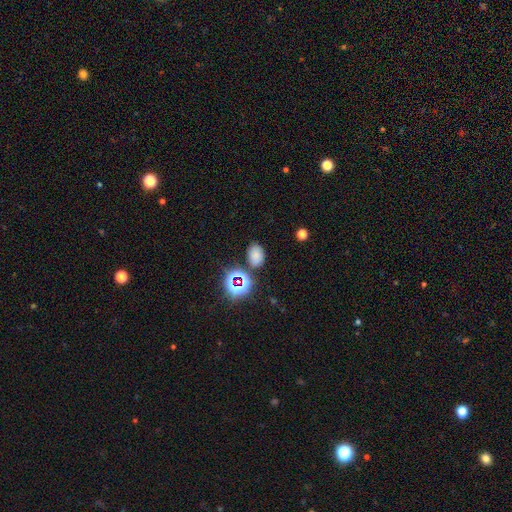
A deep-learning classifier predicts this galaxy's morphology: Q: Smooth or featured?
A: smooth (69%); runner-up: star or artifact (23%)
Q: How rounded?
A: in between (79%); runner-up: round (20%)
Q: Merging?
A: none (78%); runner-up: minor disturbance (13%)